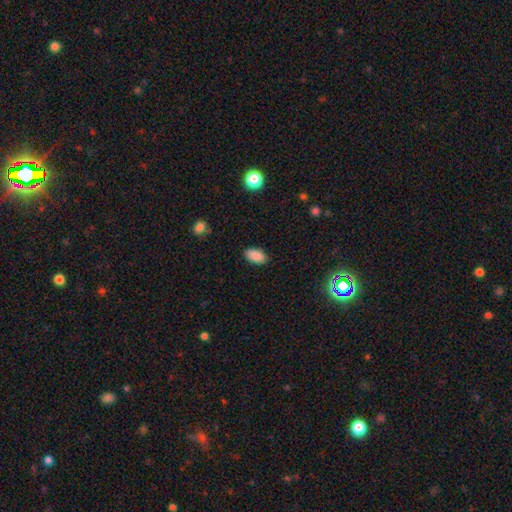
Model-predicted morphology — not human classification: type=smooth (88%); roundness=in between (94%); merging=none (88%).